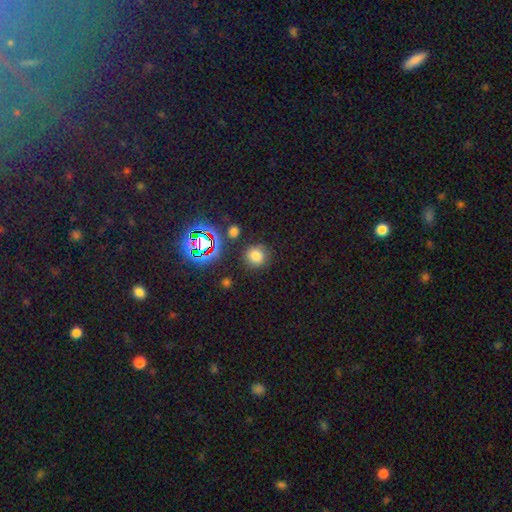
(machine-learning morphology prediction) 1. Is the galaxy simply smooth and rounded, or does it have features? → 73% smooth, 20% star or artifact, 7% featured or disk.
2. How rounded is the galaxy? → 90% round, 9% in between, 1% cigar-shaped.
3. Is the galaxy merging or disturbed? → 83% none, 10% minor disturbance, 4% major disturbance, 4% merger.